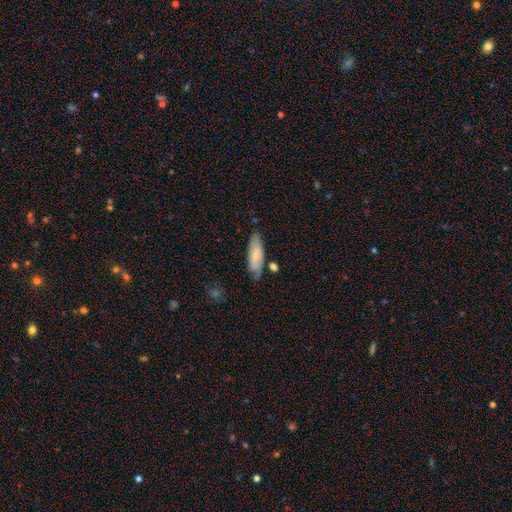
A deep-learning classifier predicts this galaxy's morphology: type=smooth (68%); roundness=in between (58%); merging=none (69%).